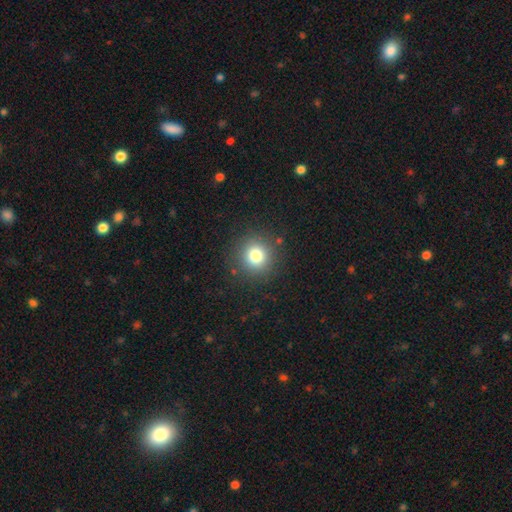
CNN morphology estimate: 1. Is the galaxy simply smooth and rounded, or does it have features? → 79% smooth, 13% star or artifact, 8% featured or disk.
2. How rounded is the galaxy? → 93% round, 6% in between, 1% cigar-shaped.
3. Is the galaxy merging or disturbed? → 89% none, 7% minor disturbance, 3% major disturbance, 1% merger.